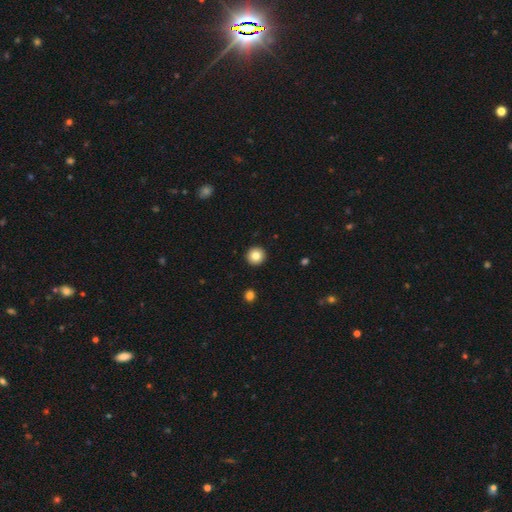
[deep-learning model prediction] This is clearly a smooth galaxy (83%). How rounded: clearly round (95%). Merging: clearly none (93%).